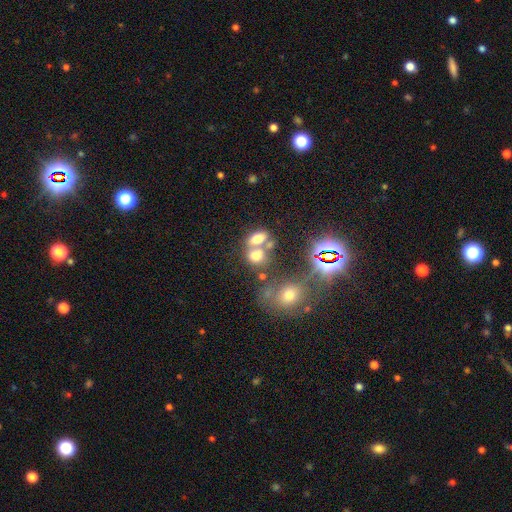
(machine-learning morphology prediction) smooth-or-featured: smooth: 67% | star or artifact: 18% | featured or disk: 15%
  how-rounded: in between: 60% | round: 37% | cigar-shaped: 2%
  merging: merger: 54% | none: 31% | minor disturbance: 9% | major disturbance: 6%